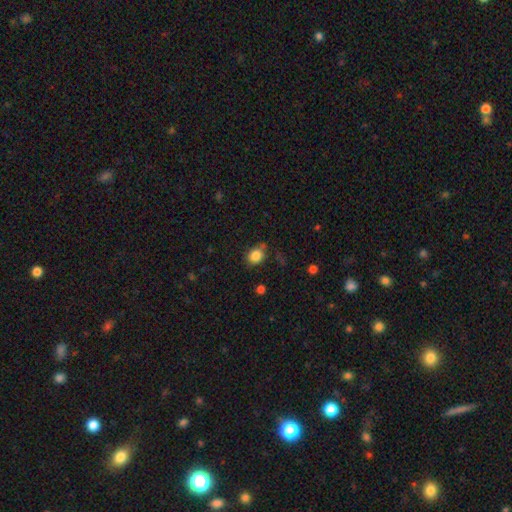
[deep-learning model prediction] Q: Smooth or featured?
A: smooth (84%); runner-up: star or artifact (10%)
Q: How rounded?
A: round (54%); runner-up: in between (45%)
Q: Merging?
A: none (72%); runner-up: minor disturbance (20%)